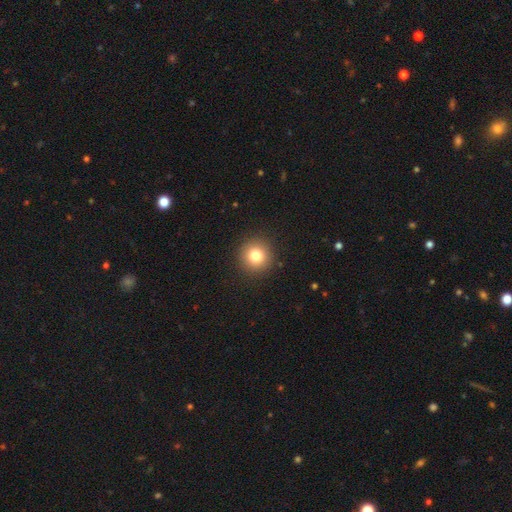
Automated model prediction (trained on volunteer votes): A smooth galaxy with no disk features (80%) that is round (94%). Merging: none (92%).